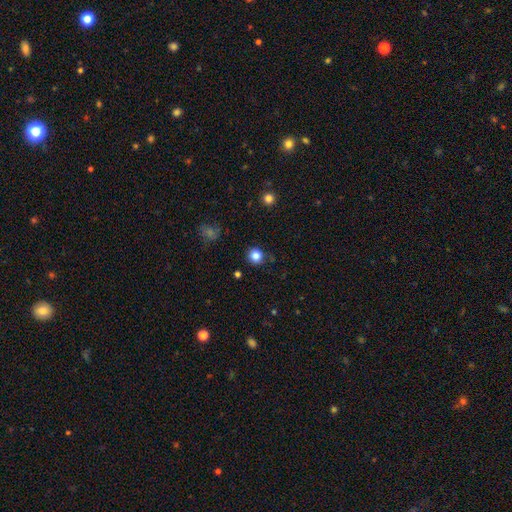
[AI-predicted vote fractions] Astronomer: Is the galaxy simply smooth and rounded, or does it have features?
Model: smooth — 83%.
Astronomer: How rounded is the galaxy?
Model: round — 92%.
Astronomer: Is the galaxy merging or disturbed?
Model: none — 87%.